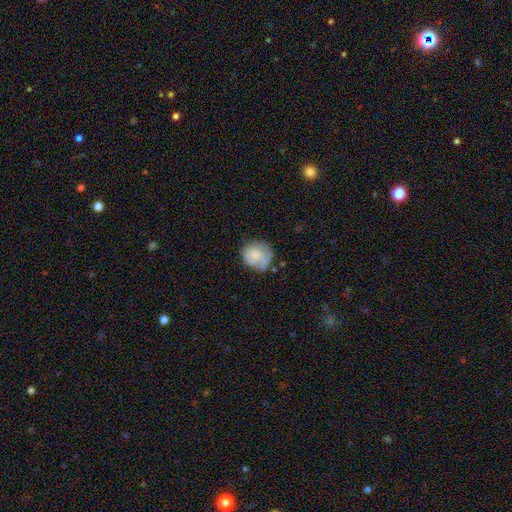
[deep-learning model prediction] smooth_or_featured: smooth (p=0.57) [alt: featured or disk p=0.36]
how_rounded: round (p=0.72) [alt: in between p=0.27]
merging: none (p=0.49) [alt: minor disturbance p=0.31]